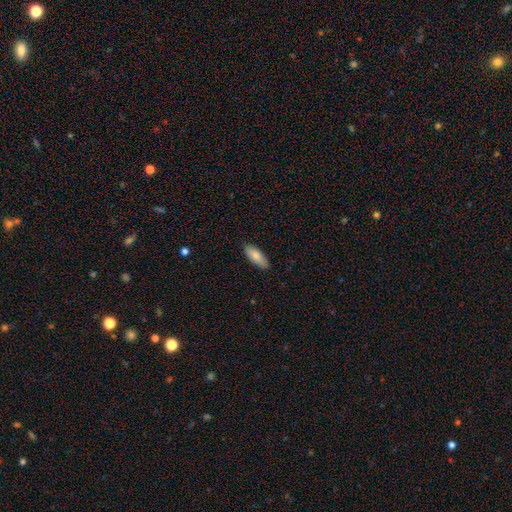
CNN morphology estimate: type=smooth (80%); roundness=in between (74%); merging=none (87%).